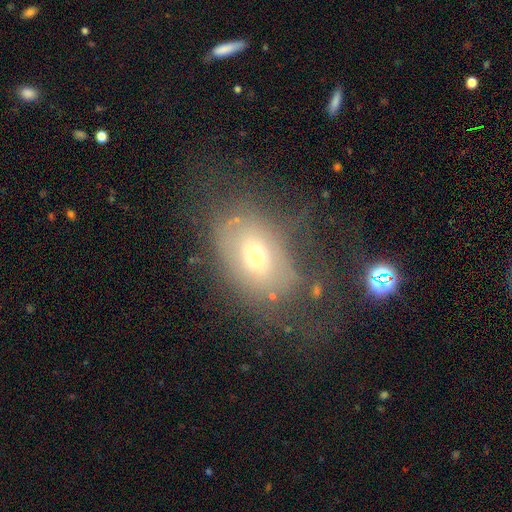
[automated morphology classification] smooth 50%, featured or disk 37%, star or artifact 13%. Down the decision tree: how rounded — in between (78%); merging — none (48%).